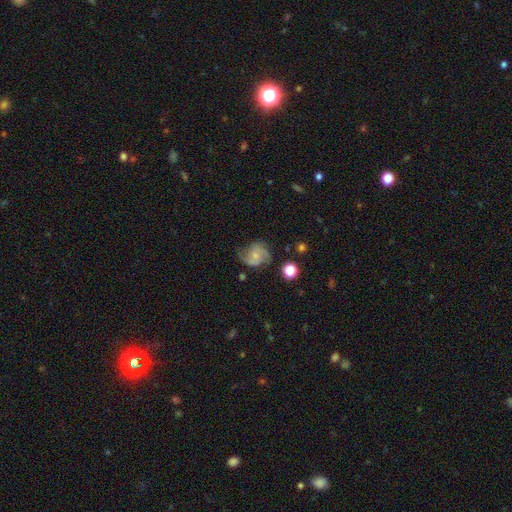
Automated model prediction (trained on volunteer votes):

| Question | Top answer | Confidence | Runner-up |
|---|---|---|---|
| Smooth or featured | featured or disk | 62% | smooth (29%) |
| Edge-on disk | no | 98% | yes (2%) |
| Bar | no | 70% | weak (26%) |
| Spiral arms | yes | 89% | no (11%) |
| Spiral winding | medium | 45% | loose (32%) |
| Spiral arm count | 2 | 68% | can't tell (14%) |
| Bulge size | small | 67% | moderate (20%) |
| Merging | none | 57% | minor disturbance (25%) |